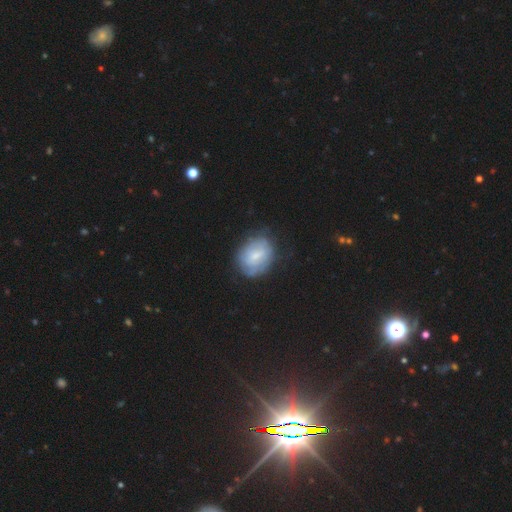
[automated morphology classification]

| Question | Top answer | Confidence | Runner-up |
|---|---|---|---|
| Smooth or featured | smooth | 48% | featured or disk (45%) |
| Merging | none | 66% | minor disturbance (23%) |